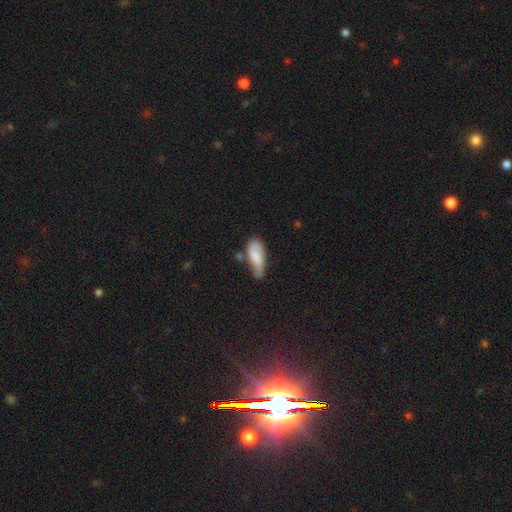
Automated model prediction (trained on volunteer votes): smooth 74%, featured or disk 19%, star or artifact 7%. Down the decision tree: how rounded — in between (76%); merging — minor disturbance (40%).